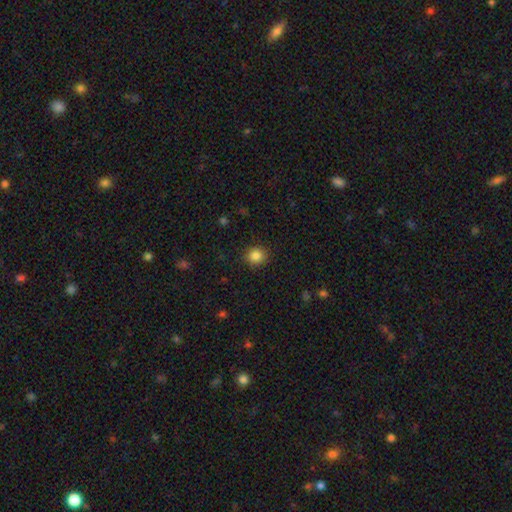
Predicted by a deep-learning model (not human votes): Morphology: type=smooth (85%); roundness=round (88%); merging=none (89%).